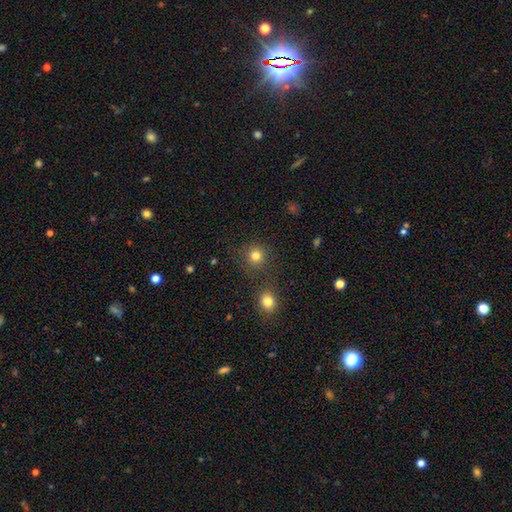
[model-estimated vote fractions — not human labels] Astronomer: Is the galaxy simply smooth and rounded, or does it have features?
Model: smooth — 80%.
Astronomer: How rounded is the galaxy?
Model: round — 92%.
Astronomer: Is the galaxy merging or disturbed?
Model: none — 82%.